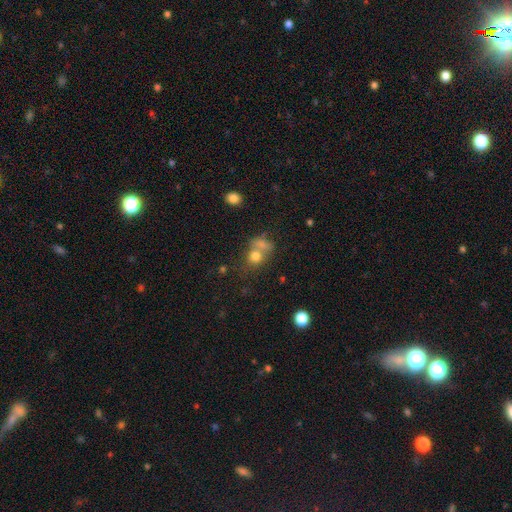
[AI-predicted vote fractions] A smooth galaxy with no disk features (76%) that is round (64%). Merging: merger (48%).